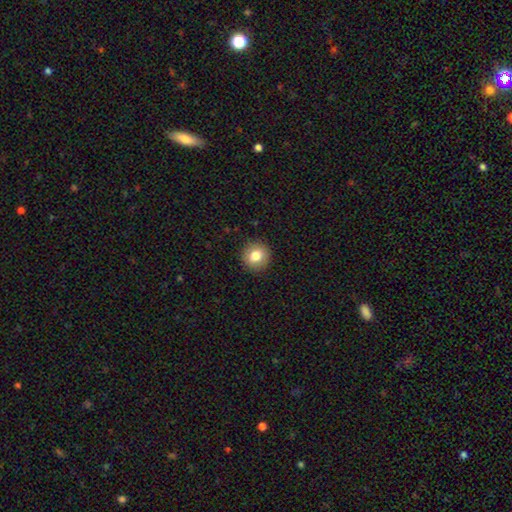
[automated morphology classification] Smooth or featured? smooth (81%)
How rounded? round (92%)
Merging? none (92%)